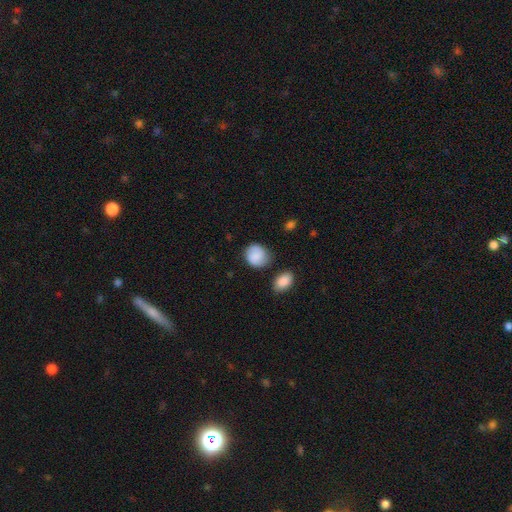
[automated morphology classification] Smooth or featured?
  - smooth: 81% *
  - featured or disk: 11%
  - star or artifact: 8%
How rounded?
  - round: 74% *
  - in between: 25%
  - cigar-shaped: 1%
Merging?
  - none: 69% *
  - minor disturbance: 20%
  - major disturbance: 5%
  - merger: 5%